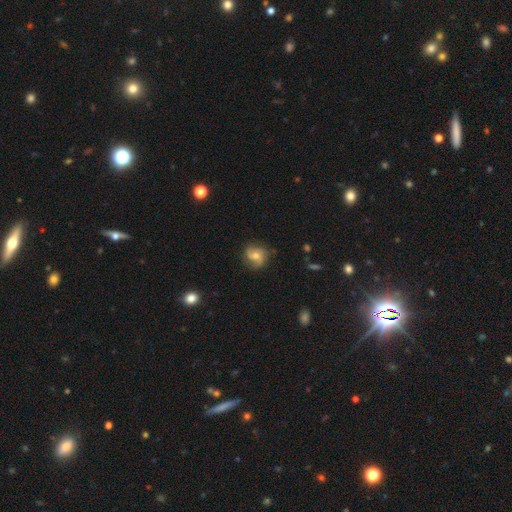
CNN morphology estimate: A featured or disk galaxy (60%) with no bar (62%), 2 (63%) medium (44%) spiral arms (90%) and a moderate central bulge (61%).

Vote fractions:
- Smooth or featured? featured or disk: 60% / smooth: 30% / star or artifact: 10%
- Edge-on disk? no: 97% / yes: 3%
- Bar? no: 62% / weak: 32% / strong: 6%
- Spiral arms? yes: 90% / no: 10%
- Spiral winding? medium: 44% / loose: 33% / tight: 23%
- Spiral arm count? 2: 63% / can't tell: 14% / 3: 13% / 1: 6% / 4: 2% / more than 4: 2%
- Bulge size? moderate: 61% / small: 32% / large: 4% / none: 2% / dominant: 1%
- Merging? none: 72% / minor disturbance: 20% / major disturbance: 7% / merger: 2%